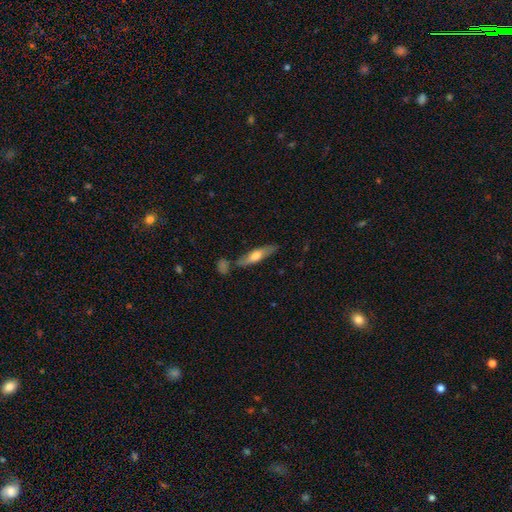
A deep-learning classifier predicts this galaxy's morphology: This is possibly a smooth galaxy (51%). How rounded: likely cigar-shaped (71%). Merging: likely none (74%).